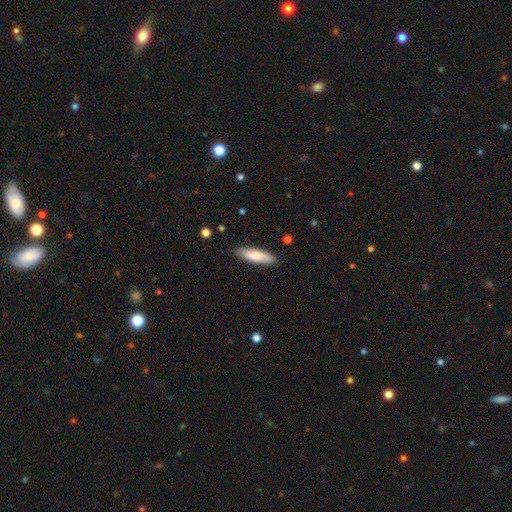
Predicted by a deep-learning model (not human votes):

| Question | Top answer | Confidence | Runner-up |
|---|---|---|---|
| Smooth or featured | smooth | 80% | featured or disk (15%) |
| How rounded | cigar-shaped | 60% | in between (39%) |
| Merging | none | 87% | minor disturbance (10%) |